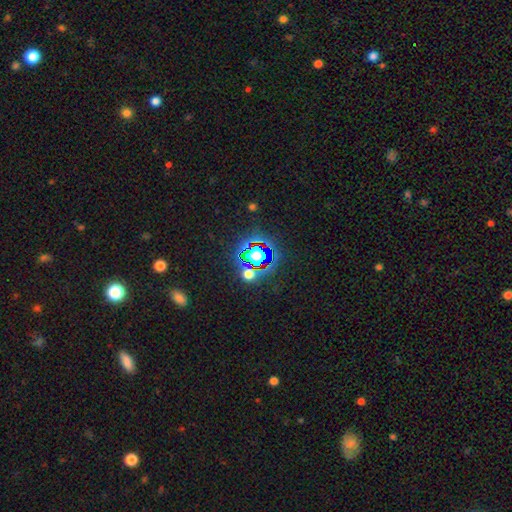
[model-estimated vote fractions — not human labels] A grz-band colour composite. It shows a star or artifact, not a galaxy (65%).